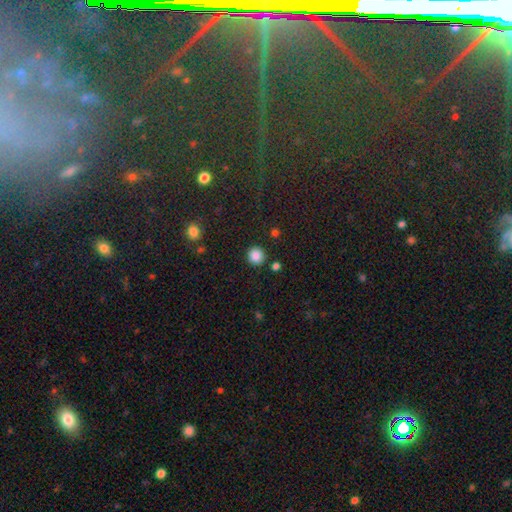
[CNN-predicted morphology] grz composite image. It shows a smooth galaxy with no disk features (86%) that is round (93%). Merging: none (89%).